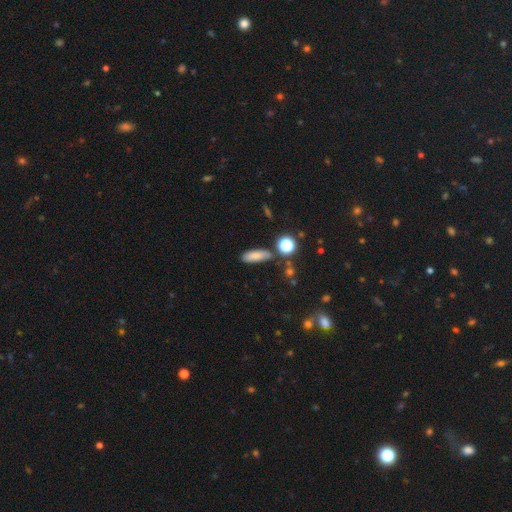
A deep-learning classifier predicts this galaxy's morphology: smooth_or_featured: smooth (p=0.78) [alt: star or artifact p=0.13]
how_rounded: in between (p=0.62) [alt: cigar-shaped p=0.30]
merging: none (p=0.77) [alt: minor disturbance p=0.14]